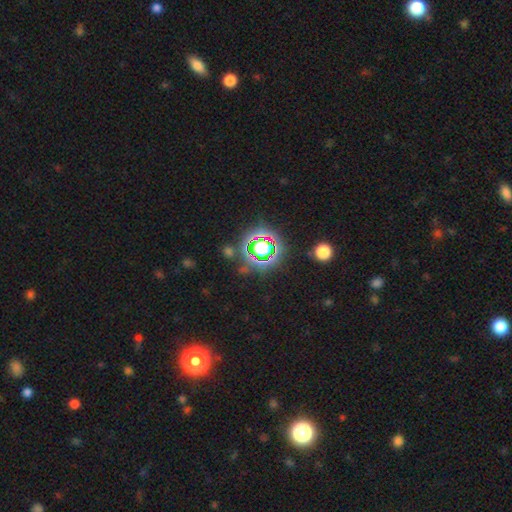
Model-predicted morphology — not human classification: Smooth or featured?
  - star or artifact: 77% *
  - smooth: 15%
  - featured or disk: 8%